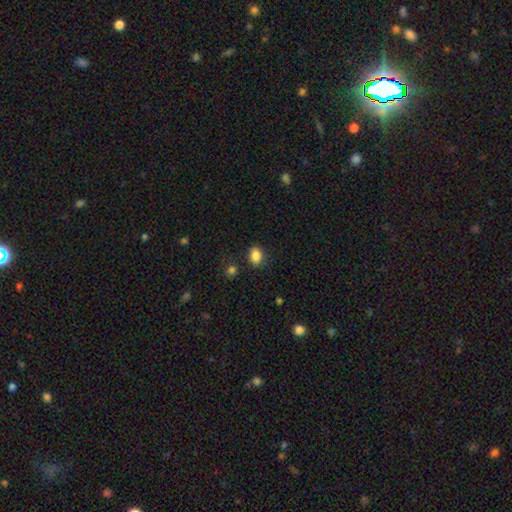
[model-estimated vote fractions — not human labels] Smooth or featured?
  - smooth: 86% *
  - star or artifact: 10%
  - featured or disk: 4%
How rounded?
  - in between: 67% *
  - round: 32%
  - cigar-shaped: 1%
Merging?
  - none: 82% *
  - minor disturbance: 12%
  - major disturbance: 3%
  - merger: 3%